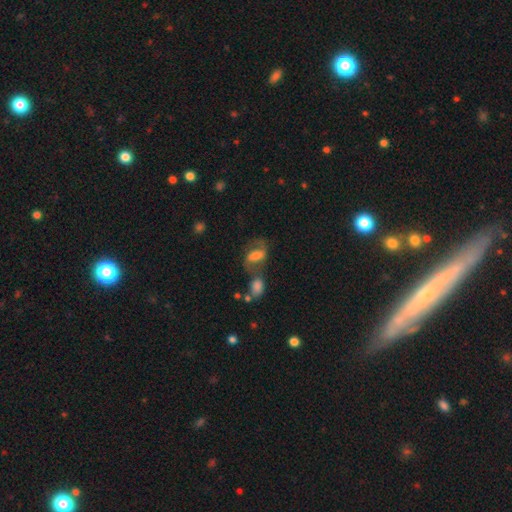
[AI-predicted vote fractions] Morphology: type=featured or disk (46%); merging=none (40%).